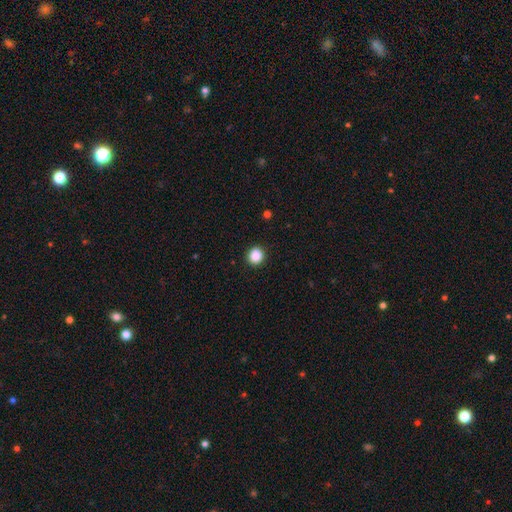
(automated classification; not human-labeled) A smooth galaxy with no disk features (88%) that is round (89%).

Vote fractions:
- Smooth or featured? smooth: 88% / star or artifact: 10% / featured or disk: 2%
- How rounded? round: 89% / in between: 10% / cigar-shaped: 1%
- Merging? none: 91% / minor disturbance: 6% / major disturbance: 2% / merger: 1%